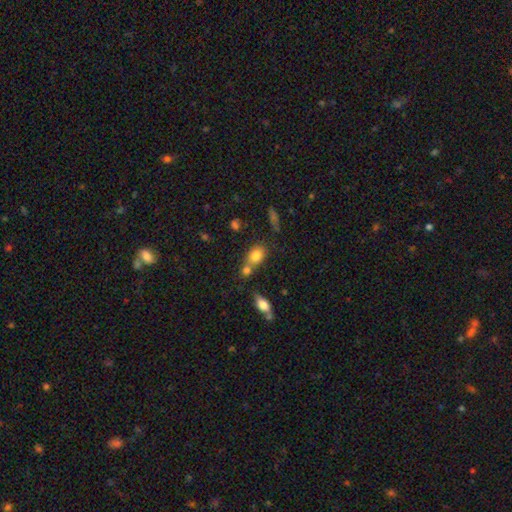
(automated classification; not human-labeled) Smooth or featured? smooth (79%)
How rounded? in between (61%)
Merging? none (45%)